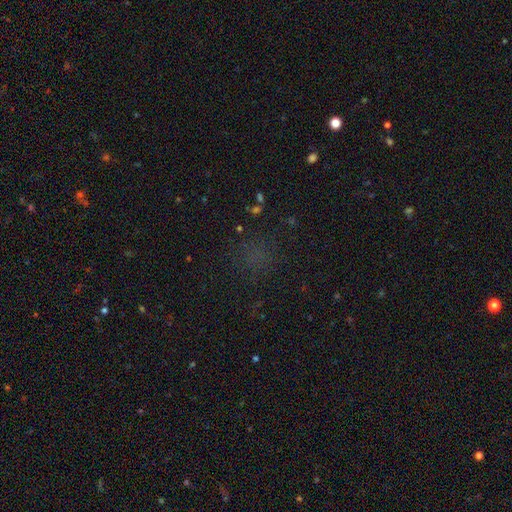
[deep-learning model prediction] The model was most divided on "smooth or featured": star or artifact: 47%, smooth: 44%, featured or disk: 9%.